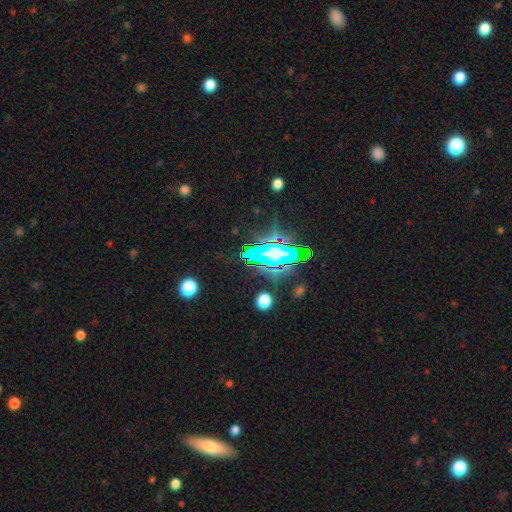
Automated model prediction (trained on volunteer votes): star or artifact 57%, smooth 24%, featured or disk 19%.